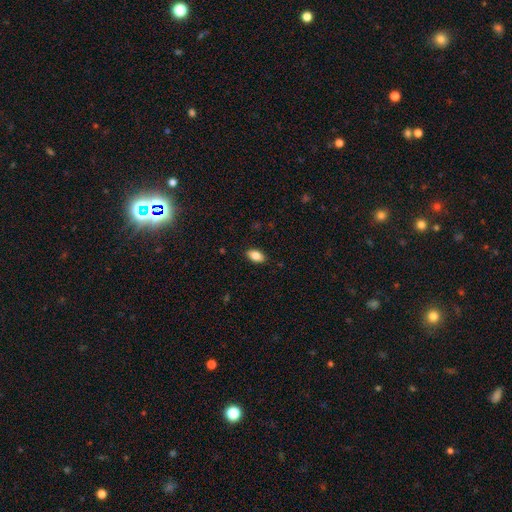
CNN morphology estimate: smooth 83%, featured or disk 9%, star or artifact 8%. Down the decision tree: how rounded — in between (91%); merging — none (88%).